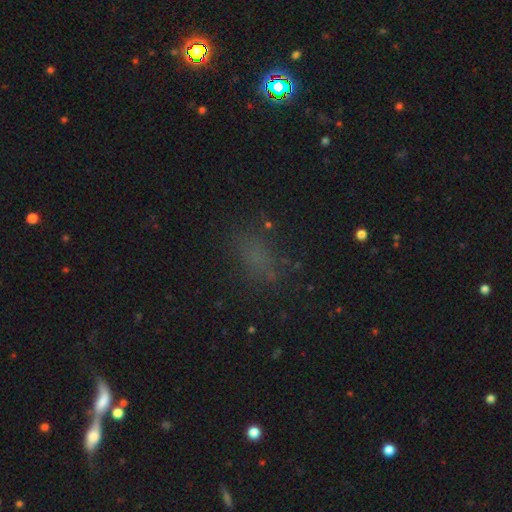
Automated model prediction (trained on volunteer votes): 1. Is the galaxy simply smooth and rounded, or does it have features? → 58% smooth, 30% star or artifact, 12% featured or disk.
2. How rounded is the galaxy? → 74% in between, 19% round, 7% cigar-shaped.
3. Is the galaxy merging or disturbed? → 70% none, 16% minor disturbance, 11% major disturbance, 3% merger.